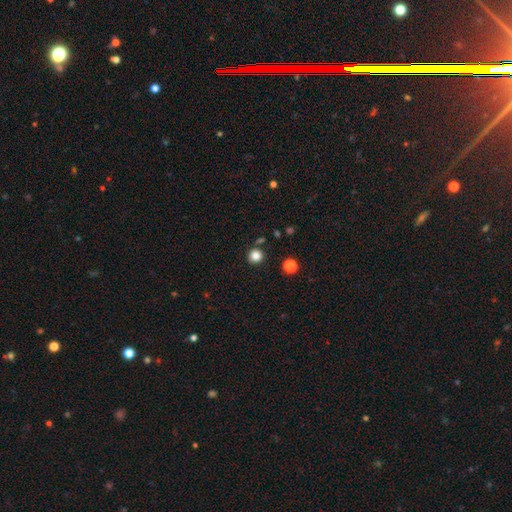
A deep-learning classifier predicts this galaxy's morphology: Overall: smooth (83%). How rounded: round (93%). Merging: none (87%).